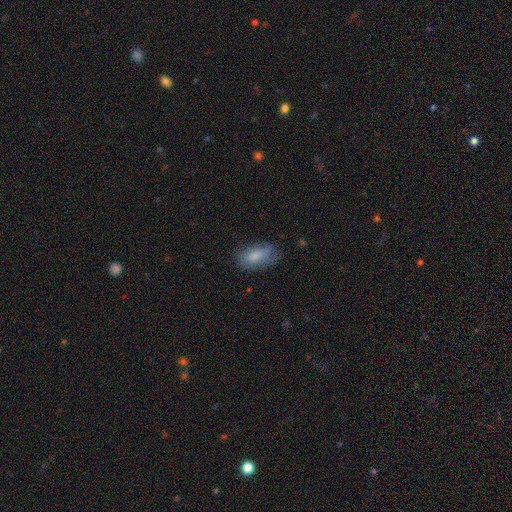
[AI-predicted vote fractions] Smooth or featured: smooth — 74% (featured or disk — 18%)
How rounded: in between — 88% (cigar-shaped — 8%)
Merging: none — 58% (minor disturbance — 30%)